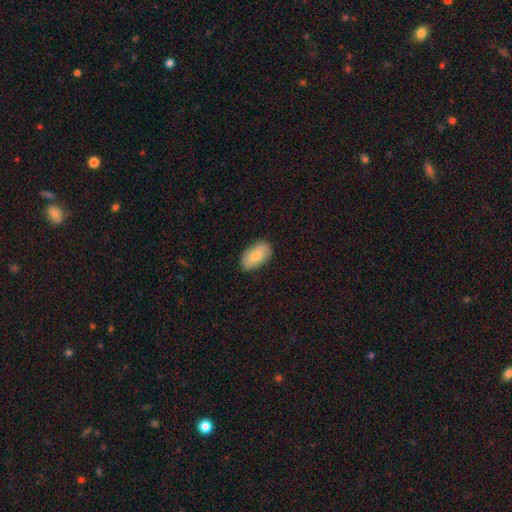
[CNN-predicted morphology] smooth-or-featured: smooth: 79% | featured or disk: 15% | star or artifact: 6%
  how-rounded: in between: 94% | round: 4% | cigar-shaped: 2%
  merging: none: 85% | minor disturbance: 11% | major disturbance: 2% | merger: 1%